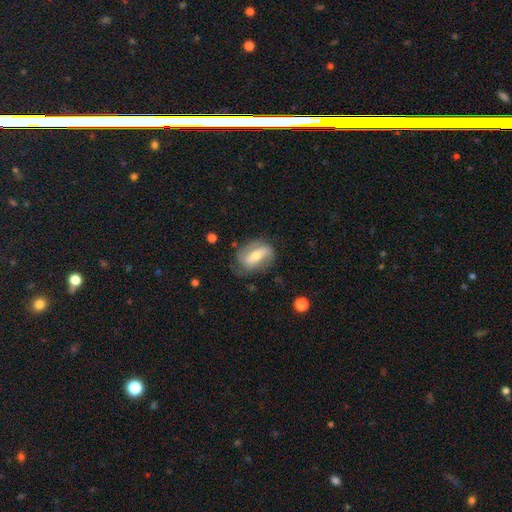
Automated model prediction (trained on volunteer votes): Smooth or featured? Predicted: featured or disk (p=0.67). Edge-on disk? Predicted: no (p=0.91). Bar? Predicted: strong (p=0.51). Spiral arms? Predicted: yes (p=0.79). Bulge size? Predicted: moderate (p=0.56). Merging? Predicted: none (p=0.64).